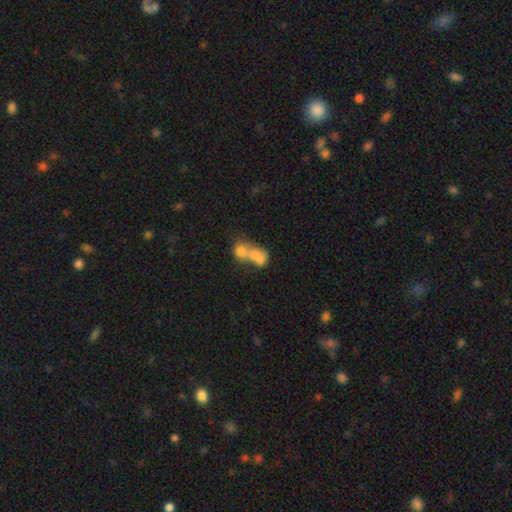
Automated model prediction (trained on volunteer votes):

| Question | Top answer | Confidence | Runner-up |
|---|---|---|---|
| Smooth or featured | smooth | 68% | featured or disk (23%) |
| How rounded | in between | 61% | round (35%) |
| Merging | merger | 78% | none (13%) |